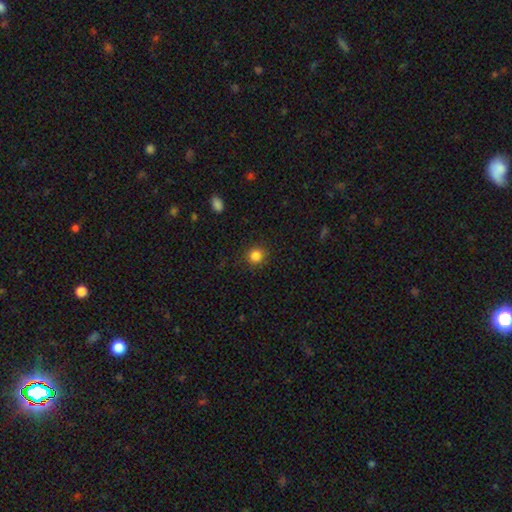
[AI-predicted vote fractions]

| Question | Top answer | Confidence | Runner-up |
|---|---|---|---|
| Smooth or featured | smooth | 84% | star or artifact (12%) |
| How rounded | round | 89% | in between (10%) |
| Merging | none | 89% | minor disturbance (8%) |